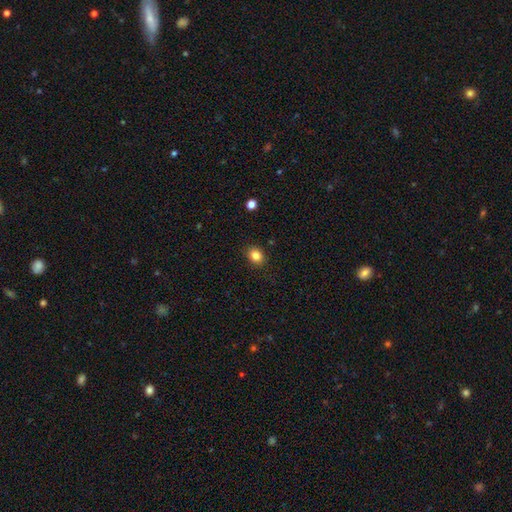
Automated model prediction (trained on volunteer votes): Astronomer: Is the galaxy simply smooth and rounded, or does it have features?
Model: smooth — 84%.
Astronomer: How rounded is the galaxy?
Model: in between — 50% (runner-up: round, 49%).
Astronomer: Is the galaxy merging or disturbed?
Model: none — 88%.